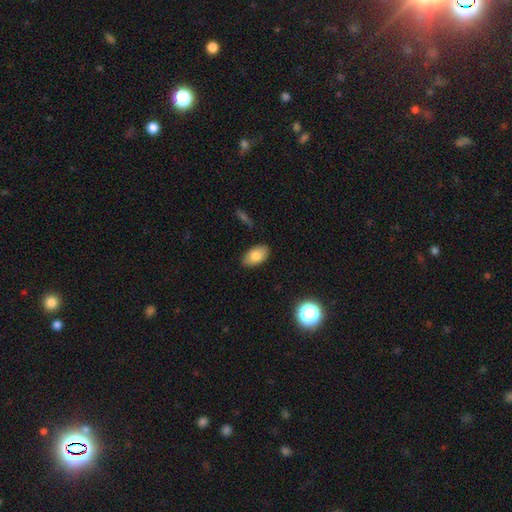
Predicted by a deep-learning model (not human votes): smooth 79%, featured or disk 13%, star or artifact 8%. Down the decision tree: how rounded — in between (92%); merging — none (86%).